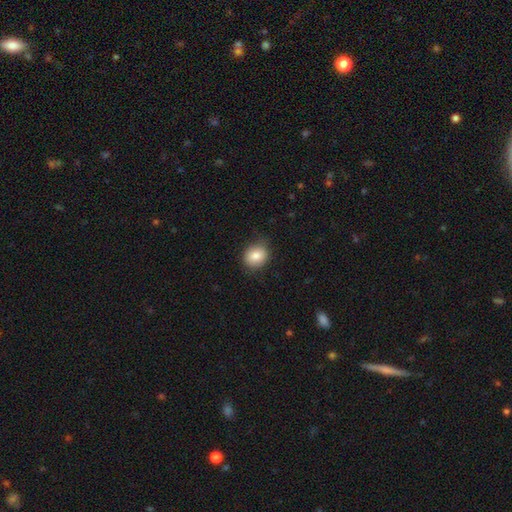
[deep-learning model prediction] smooth_or_featured: smooth (p=0.84) [alt: star or artifact p=0.09]
how_rounded: round (p=0.62) [alt: in between p=0.37]
merging: none (p=0.80) [alt: minor disturbance p=0.15]